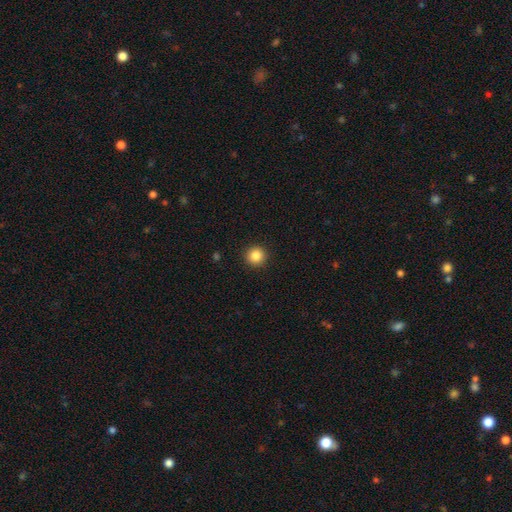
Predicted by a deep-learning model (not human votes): Q: Smooth or featured?
A: smooth (86%); runner-up: star or artifact (10%)
Q: How rounded?
A: round (95%); runner-up: in between (4%)
Q: Merging?
A: none (93%); runner-up: minor disturbance (5%)